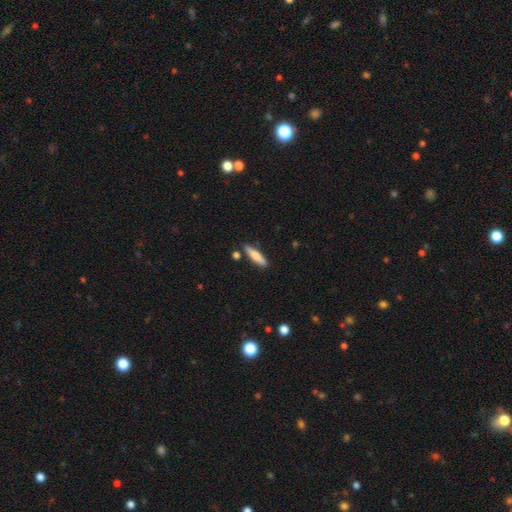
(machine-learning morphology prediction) This appears to be a smooth galaxy with no disk features (74%) that is cigar-shaped (76%). Merging: none (82%).